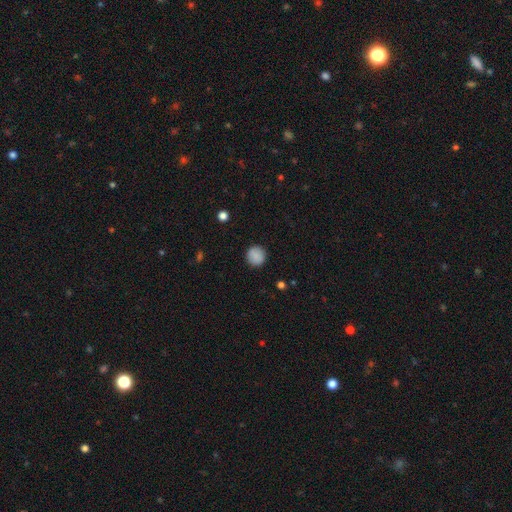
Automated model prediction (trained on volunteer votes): Morphology: type=smooth (88%); roundness=round (92%); merging=none (91%).